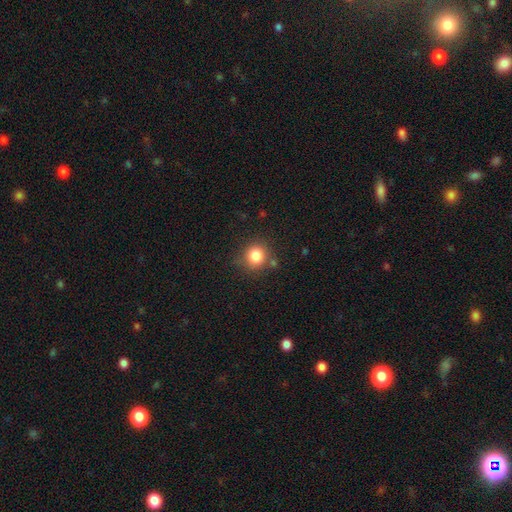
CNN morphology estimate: smooth 83%, star or artifact 11%, featured or disk 6%. Down the decision tree: how rounded — round (87%); merging — none (79%).